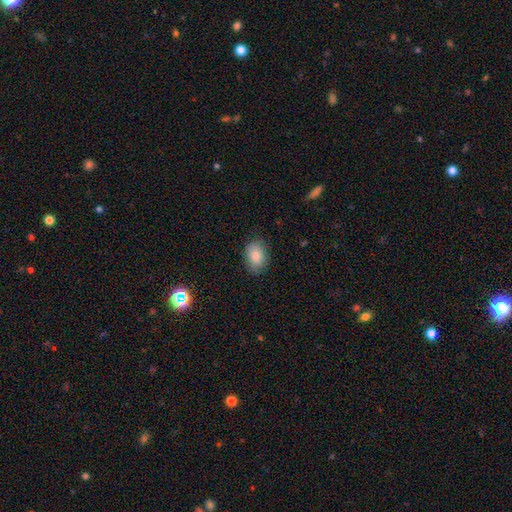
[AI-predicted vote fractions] This appears to be a smooth galaxy with no disk features (83%) that is in between round and cigar-shaped (80%). Merging: none (83%).